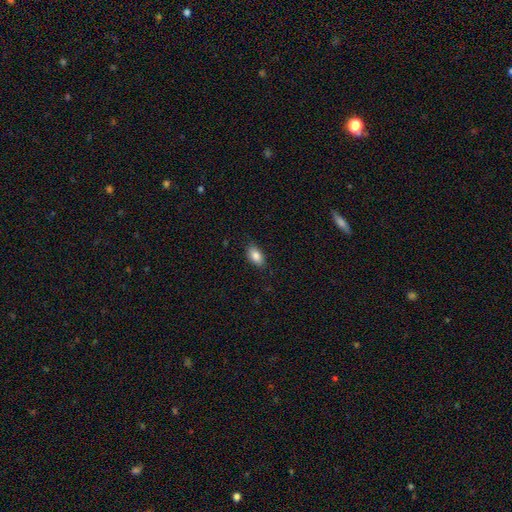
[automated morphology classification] smooth_or_featured: smooth (p=0.85) [alt: star or artifact p=0.08]
how_rounded: in between (p=0.91) [alt: round p=0.06]
merging: none (p=0.85) [alt: minor disturbance p=0.12]